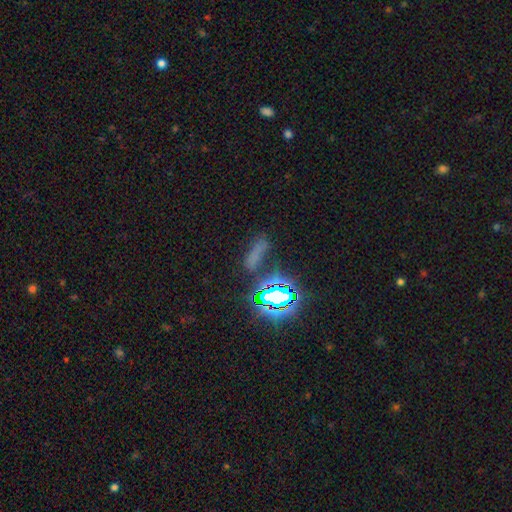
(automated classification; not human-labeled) smooth-or-featured: smooth: 45% | star or artifact: 43% | featured or disk: 12%
  merging: none: 62% | minor disturbance: 18% | major disturbance: 11% | merger: 9%